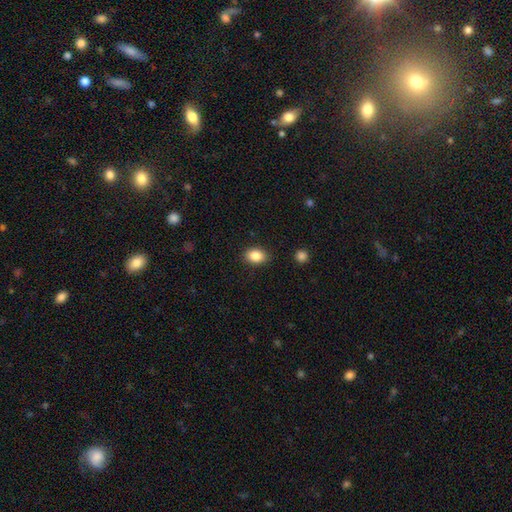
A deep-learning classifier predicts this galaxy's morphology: smooth-or-featured: smooth: 86% | star or artifact: 9% | featured or disk: 6%
  how-rounded: in between: 74% | round: 25% | cigar-shaped: 1%
  merging: none: 87% | minor disturbance: 9% | major disturbance: 2% | merger: 1%